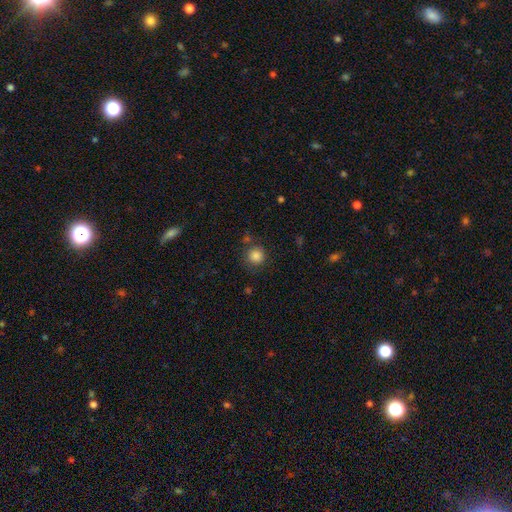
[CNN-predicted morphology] Smooth or featured?
  - smooth: 85% *
  - star or artifact: 11%
  - featured or disk: 4%
How rounded?
  - round: 93% *
  - in between: 6%
  - cigar-shaped: 1%
Merging?
  - none: 81% *
  - minor disturbance: 10%
  - merger: 4%
  - major disturbance: 4%